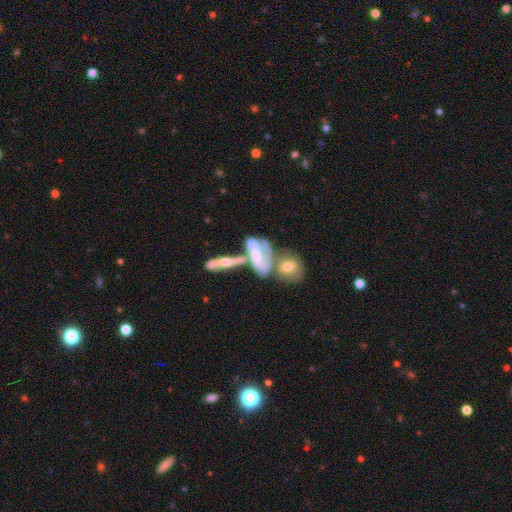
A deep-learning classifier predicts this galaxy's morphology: Smooth or featured? Predicted: featured or disk (p=0.60). Edge-on disk? Predicted: no (p=0.80). Merging? Predicted: merger (p=0.56).